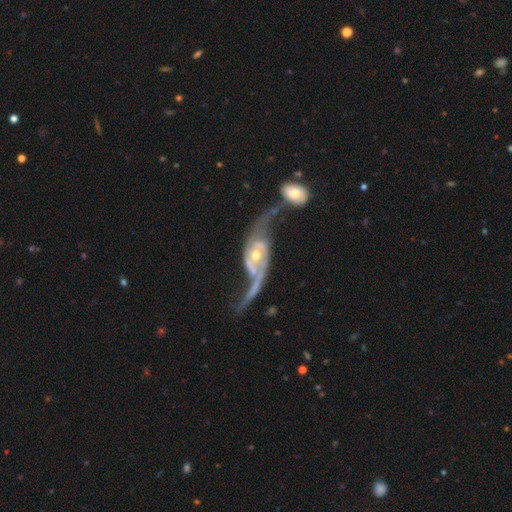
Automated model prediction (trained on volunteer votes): Smooth or featured? Predicted: featured or disk (p=0.88). Edge-on disk? Predicted: no (p=0.93). Bar? Predicted: no (p=0.62). Spiral arms? Predicted: yes (p=0.92). Spiral winding? Predicted: loose (p=0.67). Spiral arm count? Predicted: 2 (p=0.84). Bulge size? Predicted: moderate (p=0.52). Merging? Predicted: merger (p=0.32).